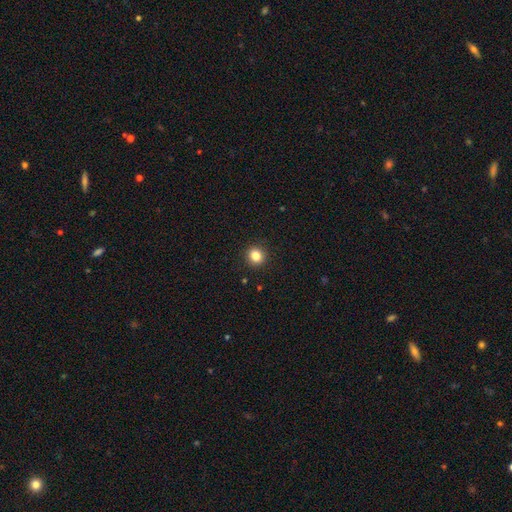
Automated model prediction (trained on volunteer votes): Smooth or featured: smooth — 84% (star or artifact — 11%)
How rounded: round — 87% (in between — 12%)
Merging: none — 92% (minor disturbance — 5%)